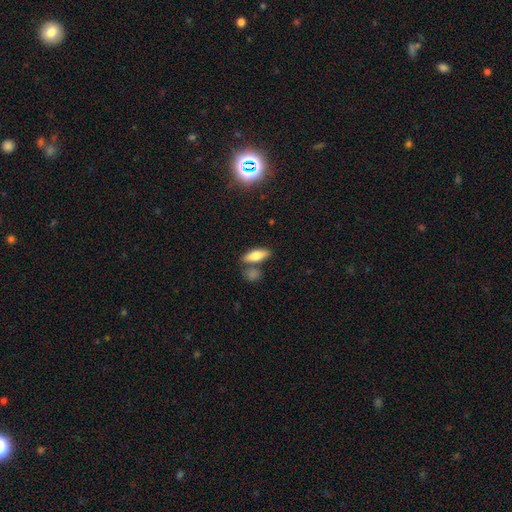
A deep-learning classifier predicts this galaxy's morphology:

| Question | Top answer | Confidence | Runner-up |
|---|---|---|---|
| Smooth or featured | smooth | 75% | featured or disk (17%) |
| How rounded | in between | 67% | cigar-shaped (30%) |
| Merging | none | 67% | merger (16%) |